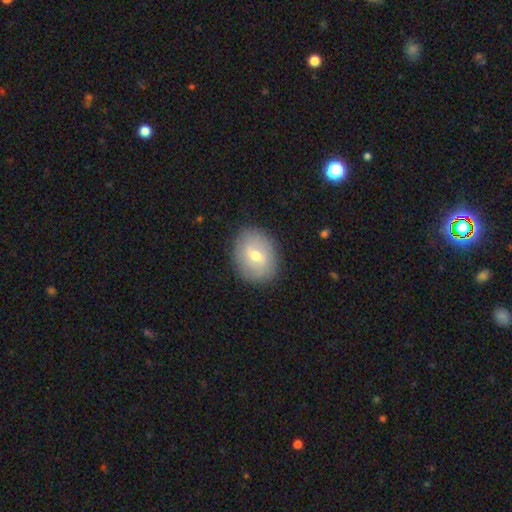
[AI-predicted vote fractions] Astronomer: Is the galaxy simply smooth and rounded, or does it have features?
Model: smooth — 53% (runner-up: featured or disk, 39%).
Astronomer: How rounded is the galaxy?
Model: in between — 51% (runner-up: round, 48%).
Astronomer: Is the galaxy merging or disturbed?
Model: none — 85%.